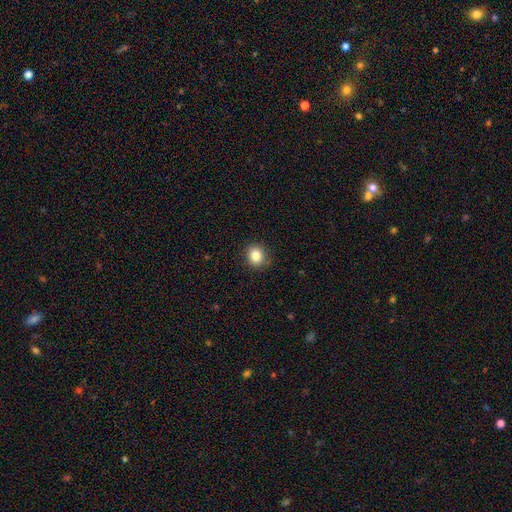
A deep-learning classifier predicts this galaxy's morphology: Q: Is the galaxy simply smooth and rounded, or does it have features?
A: smooth — 85%.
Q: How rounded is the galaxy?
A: round — 78%.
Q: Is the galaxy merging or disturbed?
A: none — 86%.